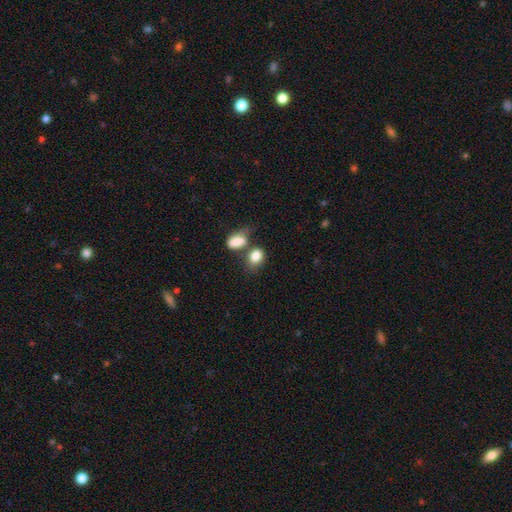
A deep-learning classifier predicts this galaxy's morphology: smooth_or_featured: smooth (p=0.84) [alt: star or artifact p=0.08]
how_rounded: in between (p=0.72) [alt: round p=0.26]
merging: merger (p=0.39) [alt: none p=0.38]